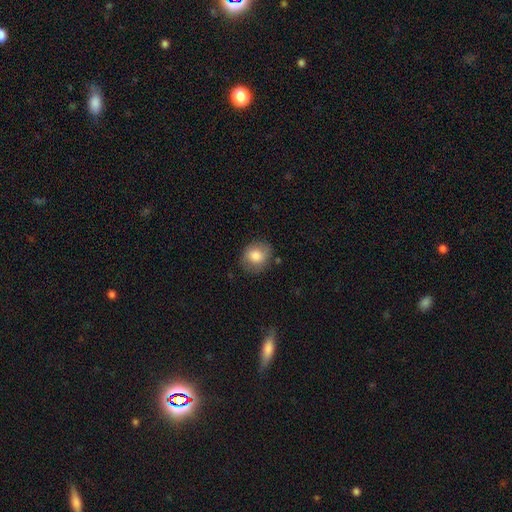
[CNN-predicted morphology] Overall: smooth (80%). How rounded: round (63%; in between 36%). Merging: none (78%).